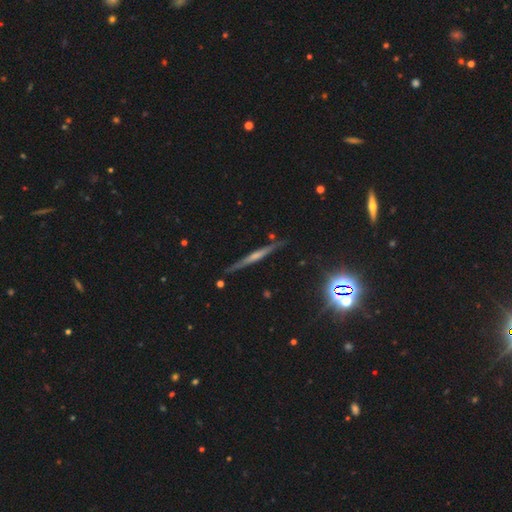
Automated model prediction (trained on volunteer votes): Morphology: type=featured or disk (63%); edge-on=yes (96%); edge-on bulge=rounded (43%); merging=none (86%).